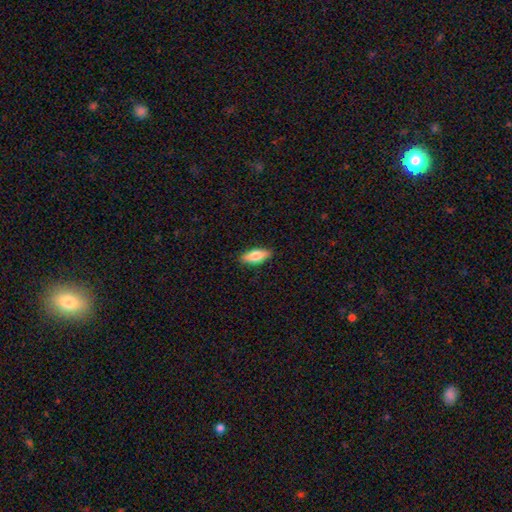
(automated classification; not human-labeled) A smooth galaxy with no disk features (74%) that is in between round and cigar-shaped (73%).

Vote fractions:
- Smooth or featured? smooth: 74% / featured or disk: 20% / star or artifact: 6%
- How rounded? in between: 73% / cigar-shaped: 25% / round: 3%
- Merging? none: 89% / minor disturbance: 8% / major disturbance: 2% / merger: 1%